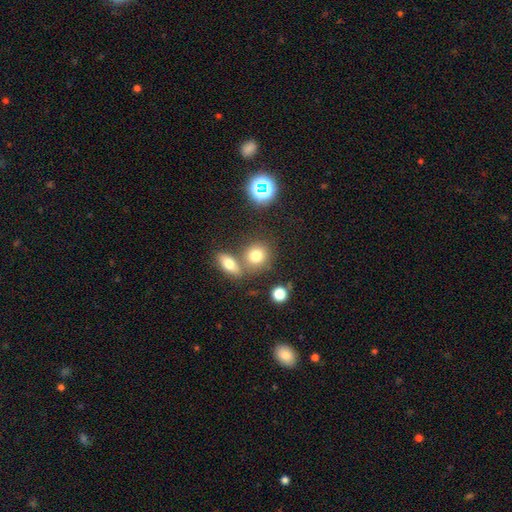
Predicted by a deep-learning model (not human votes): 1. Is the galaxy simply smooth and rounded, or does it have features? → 75% smooth, 14% star or artifact, 10% featured or disk.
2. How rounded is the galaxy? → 76% round, 23% in between, 2% cigar-shaped.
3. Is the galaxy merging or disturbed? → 59% none, 29% merger, 9% minor disturbance, 4% major disturbance.